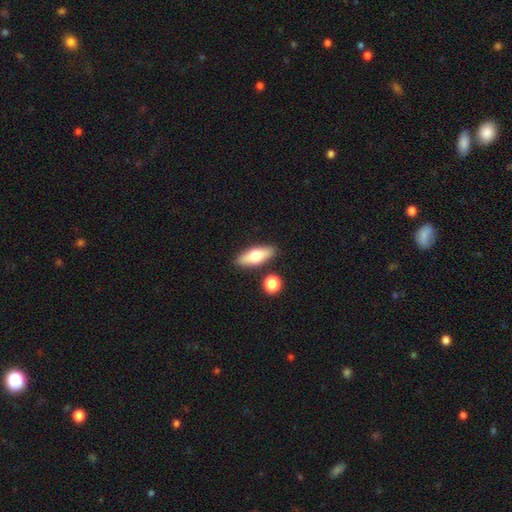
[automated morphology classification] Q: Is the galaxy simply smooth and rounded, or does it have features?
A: smooth — 66%.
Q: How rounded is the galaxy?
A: in between — 69%.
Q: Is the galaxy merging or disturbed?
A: none — 83%.